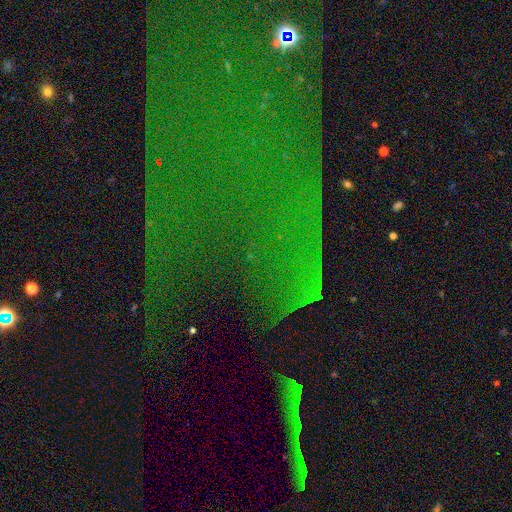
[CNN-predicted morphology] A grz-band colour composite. It shows a star or artifact, not a galaxy (84%).